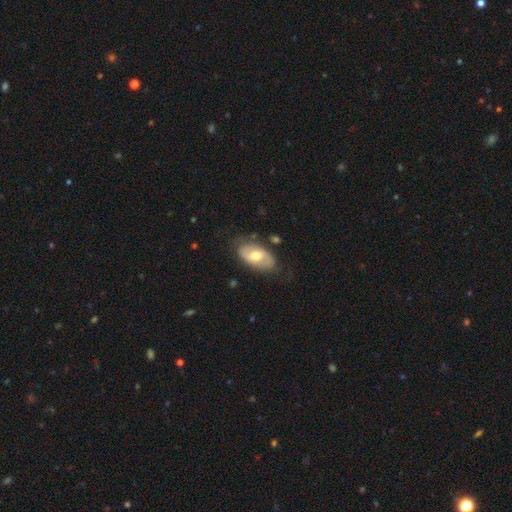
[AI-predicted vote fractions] This is possibly a featured or disk galaxy (53%). It is clearly not viewed edge-on (92%). Merging: likely none (74%).